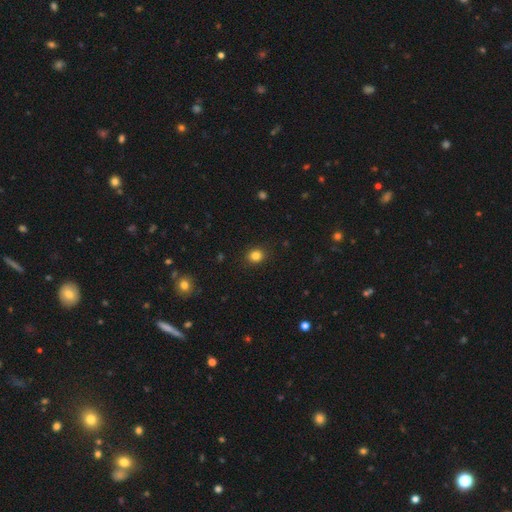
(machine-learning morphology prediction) A smooth galaxy with no disk features (83%) that is round (75%). Merging: none (90%).